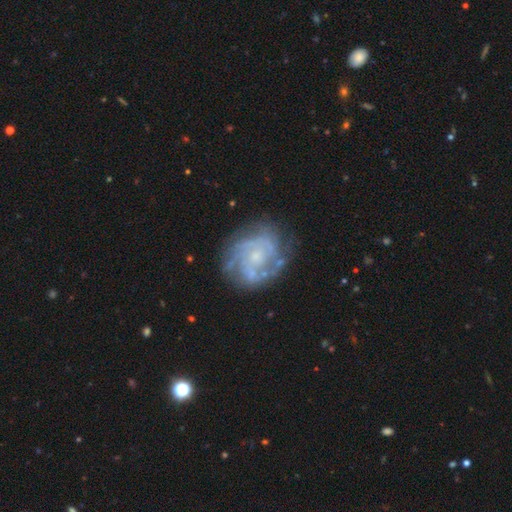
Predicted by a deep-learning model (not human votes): This is clearly a featured or disk galaxy (82%). It is clearly not viewed edge-on (98%). Bar: likely no (69%). Spiral arm pattern: clearly yes (90%). Spiral arm count: marginally can't tell (31%). Spiral winding: possibly tight (55%). Central bulge: possibly small (60%). Merging: likely none (72%).